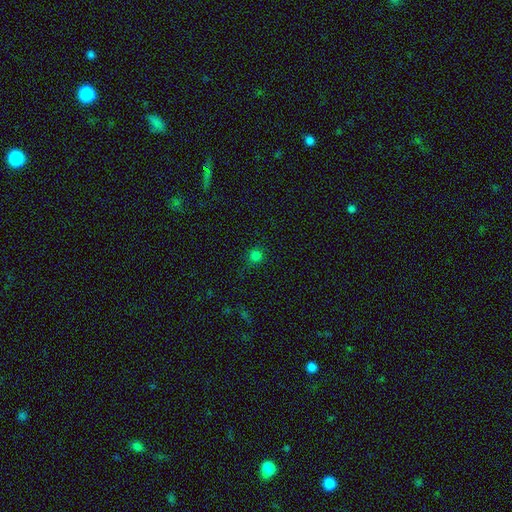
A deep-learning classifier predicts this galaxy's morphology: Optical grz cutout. It shows a smooth galaxy with no disk features (77%) that is round (93%). Merging: none (85%).